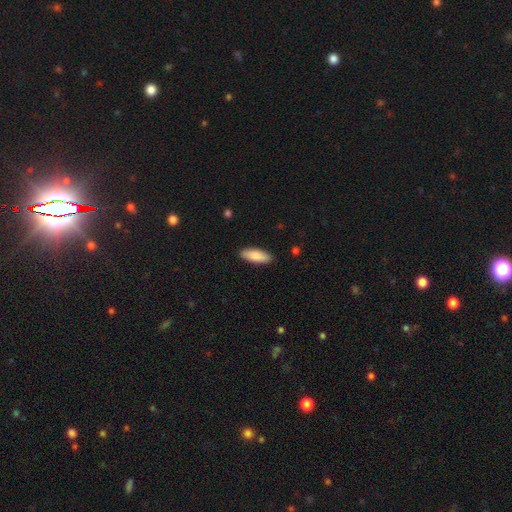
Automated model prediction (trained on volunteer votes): This is clearly a smooth galaxy (88%). How rounded: likely in between (69%). Merging: clearly none (89%).